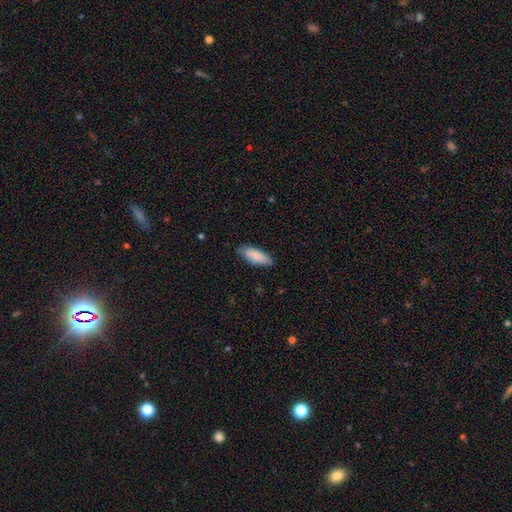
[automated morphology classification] A smooth galaxy with no disk features (86%) that is in between round and cigar-shaped (67%). Merging: none (77%).